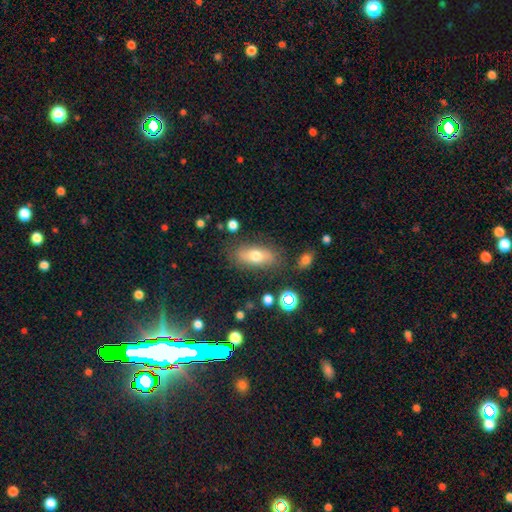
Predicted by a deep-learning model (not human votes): smooth-or-featured: smooth: 65% | featured or disk: 26% | star or artifact: 10%
  how-rounded: in between: 78% | cigar-shaped: 16% | round: 5%
  merging: none: 77% | minor disturbance: 14% | major disturbance: 5% | merger: 4%